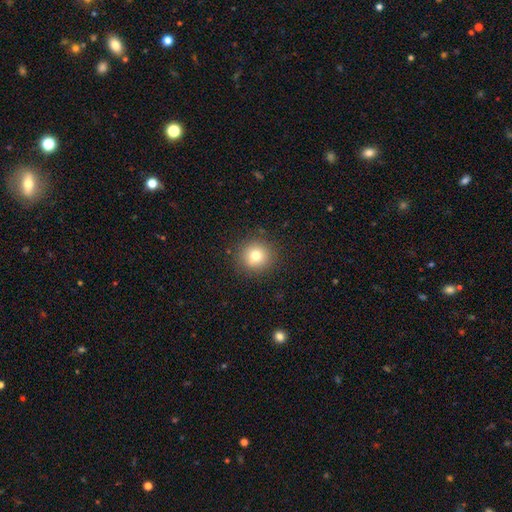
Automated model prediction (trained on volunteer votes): Smooth or featured? Predicted: smooth (p=0.76). How rounded? Predicted: round (p=0.93). Merging? Predicted: none (p=0.88).